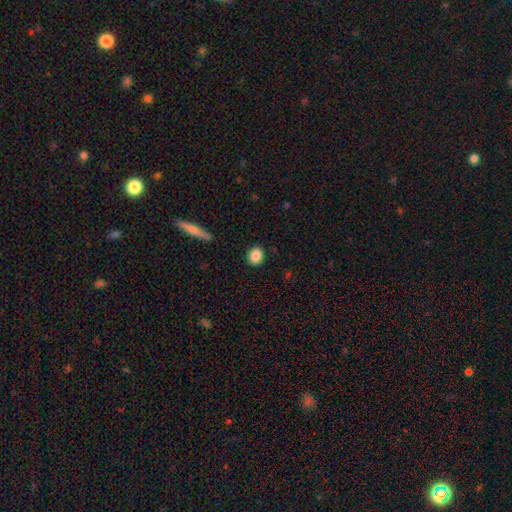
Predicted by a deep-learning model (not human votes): Smooth or featured: smooth — 87% (star or artifact — 8%)
How rounded: round — 68% (in between — 31%)
Merging: none — 90% (minor disturbance — 7%)